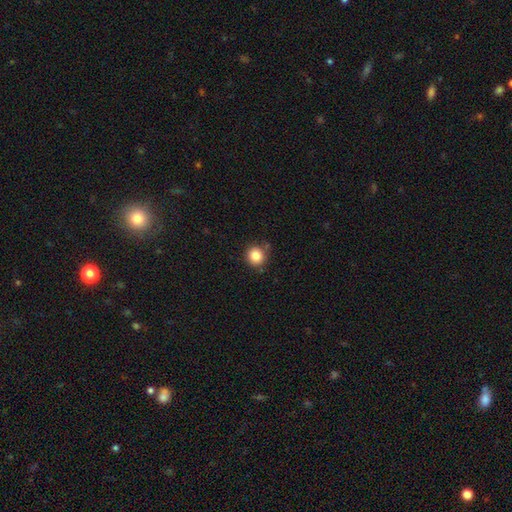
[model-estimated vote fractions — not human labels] A smooth galaxy with no disk features (84%) that is round (93%). Merging: none (81%).